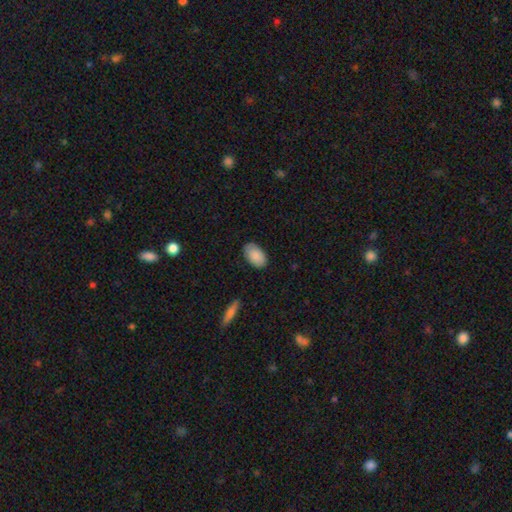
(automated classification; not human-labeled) The model was most divided on "merging": none: 83%, minor disturbance: 13%, major disturbance: 2%, merger: 1%. More confident: how rounded — in between (93%); smooth or featured — smooth (88%).